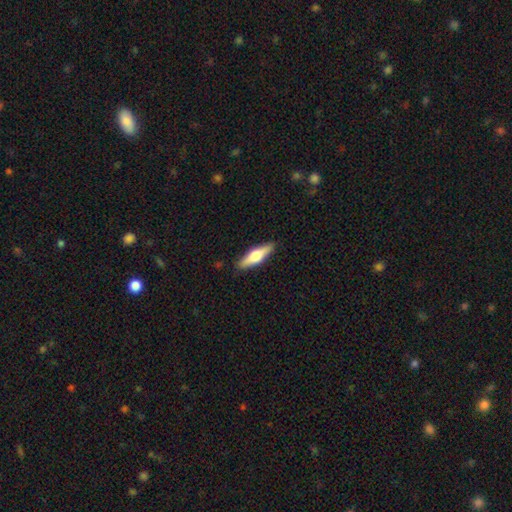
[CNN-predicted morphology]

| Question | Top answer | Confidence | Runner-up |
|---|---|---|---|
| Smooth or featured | featured or disk | 49% | smooth (45%) |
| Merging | none | 89% | minor disturbance (8%) |